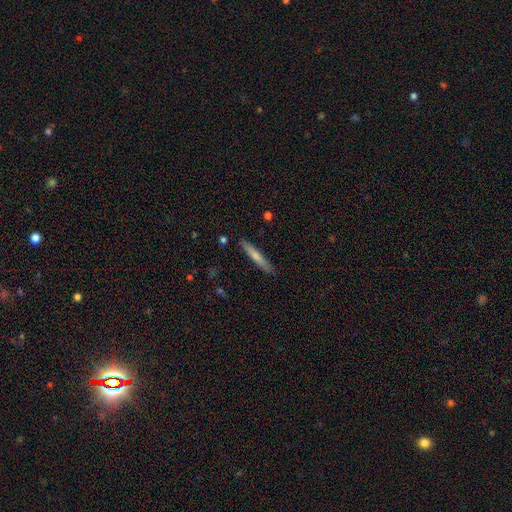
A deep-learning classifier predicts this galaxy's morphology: A smooth galaxy with no disk features (67%) that is cigar-shaped (93%).

Vote fractions:
- Smooth or featured? smooth: 67% / featured or disk: 27% / star or artifact: 6%
- How rounded? cigar-shaped: 93% / in between: 5% / round: 1%
- Merging? none: 88% / minor disturbance: 9% / major disturbance: 2% / merger: 1%